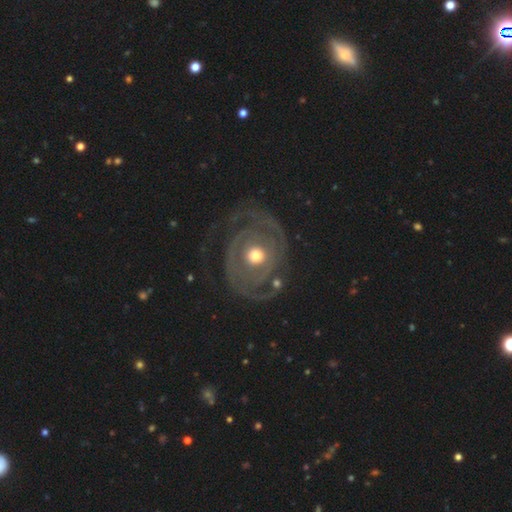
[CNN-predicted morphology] Smooth or featured: featured or disk — 82% (smooth — 13%)
Edge-on disk: no — 97% (yes — 3%)
Bar: no — 83% (weak — 12%)
Spiral arms: yes — 76% (no — 24%)
Spiral winding: tight — 52% (medium — 30%)
Spiral arm count: 2 — 43% (can't tell — 24%)
Bulge size: moderate — 70% (small — 15%)
Merging: none — 62% (major disturbance — 18%)